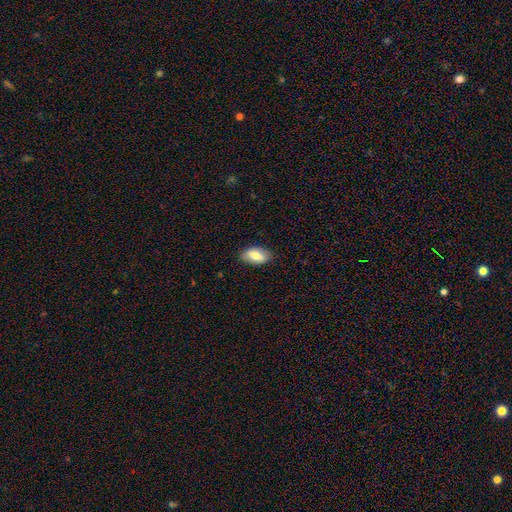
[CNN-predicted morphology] This is likely a smooth galaxy (77%). How rounded: clearly in between (93%). Merging: clearly none (82%).